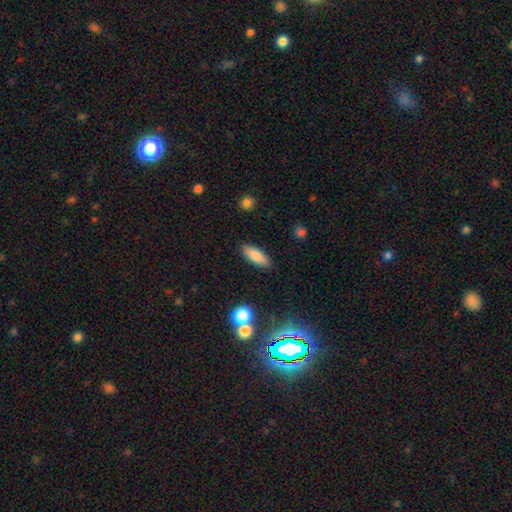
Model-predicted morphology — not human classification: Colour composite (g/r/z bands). It shows a smooth galaxy with no disk features (83%) that is in between round and cigar-shaped (65%). Merging: none (88%).